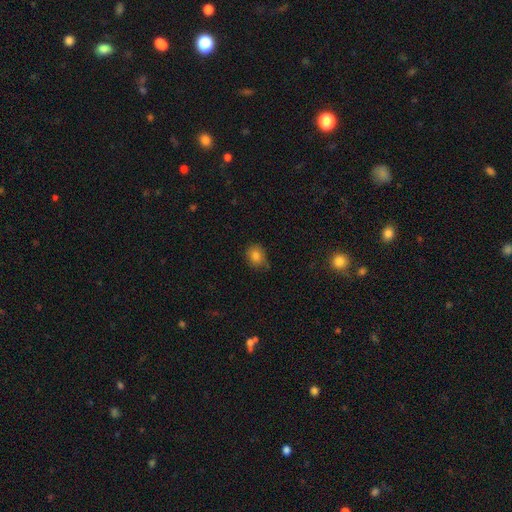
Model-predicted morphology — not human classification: Smooth or featured?
  - smooth: 81% *
  - star or artifact: 11%
  - featured or disk: 8%
How rounded?
  - round: 65% *
  - in between: 34%
  - cigar-shaped: 1%
Merging?
  - none: 66% *
  - minor disturbance: 26%
  - major disturbance: 5%
  - merger: 2%